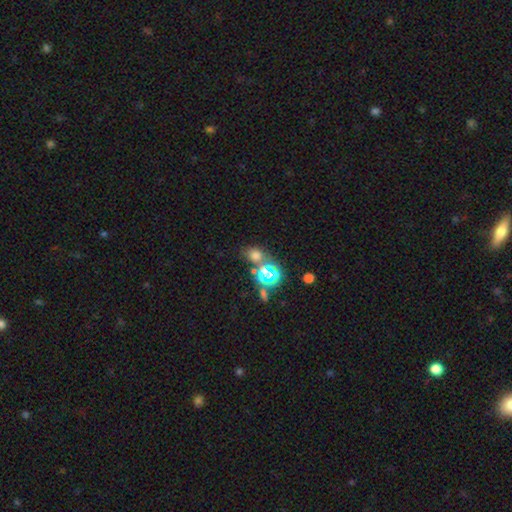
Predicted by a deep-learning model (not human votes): Smooth or featured? Predicted: smooth (p=0.58). How rounded? Predicted: round (p=0.62). Merging? Predicted: none (p=0.63).